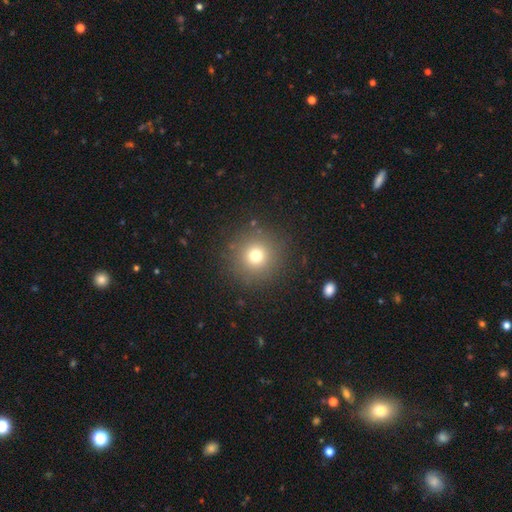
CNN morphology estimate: type=smooth (73%); roundness=round (95%); merging=none (89%).